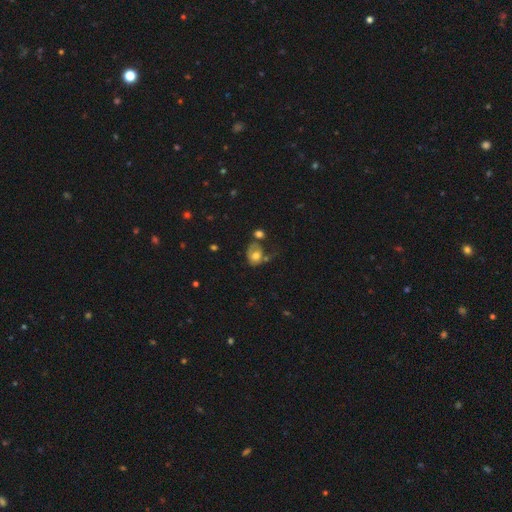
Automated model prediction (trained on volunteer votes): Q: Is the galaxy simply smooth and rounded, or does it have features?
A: smooth — 63%.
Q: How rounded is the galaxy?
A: in between — 60%.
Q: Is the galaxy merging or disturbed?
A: none — 31%.